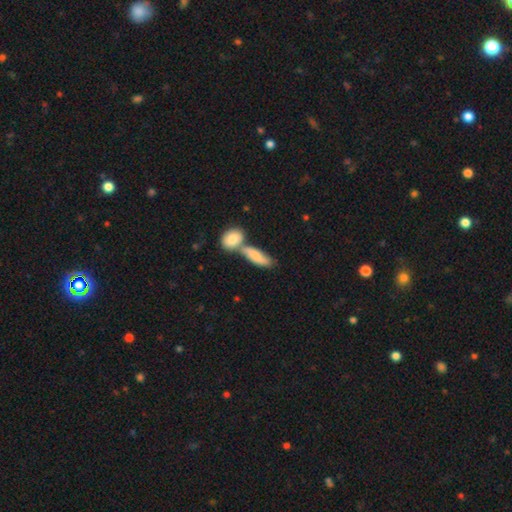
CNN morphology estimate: Overall: smooth (77%). How rounded: in between (64%; cigar-shaped 32%). Merging: merger (47%; none 37%).